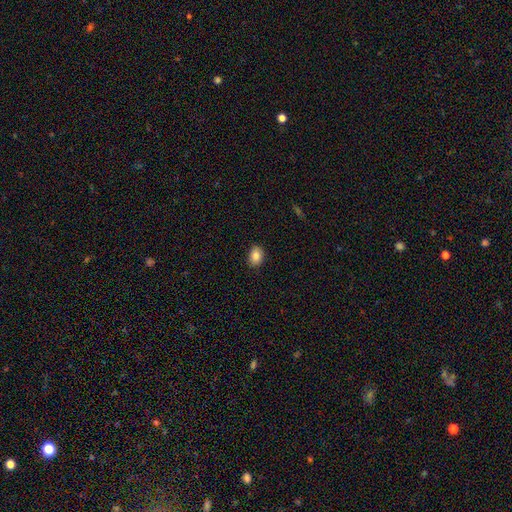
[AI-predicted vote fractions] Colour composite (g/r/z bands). It shows a smooth galaxy with no disk features (86%) that is in between round and cigar-shaped (74%). Merging: none (87%).